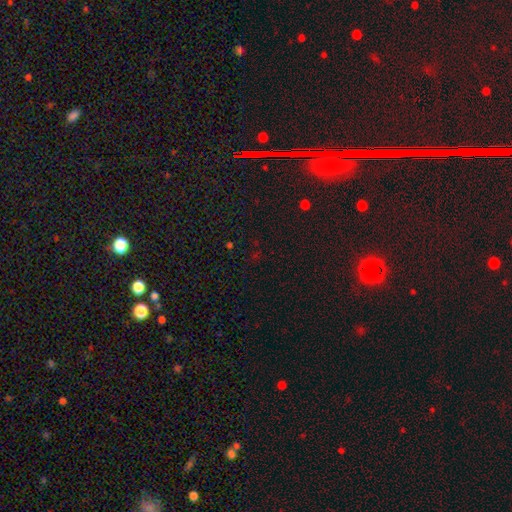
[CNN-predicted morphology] smooth-or-featured: star or artifact: 68% | smooth: 25% | featured or disk: 7%